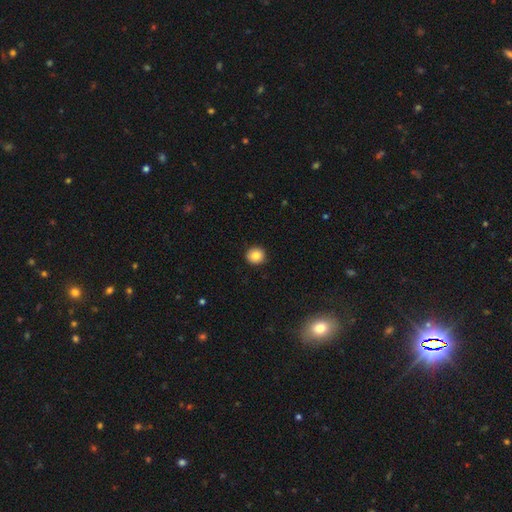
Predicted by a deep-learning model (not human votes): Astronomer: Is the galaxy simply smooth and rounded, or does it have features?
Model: smooth — 85%.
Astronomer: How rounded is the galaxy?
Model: round — 91%.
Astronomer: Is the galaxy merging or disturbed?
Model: none — 91%.